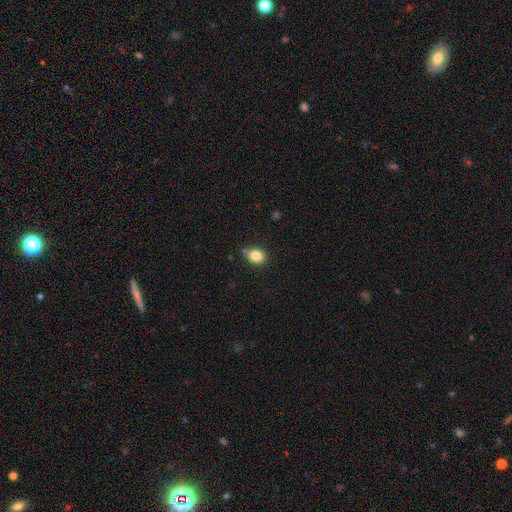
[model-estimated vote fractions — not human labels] Smooth or featured?
  - smooth: 83% *
  - star or artifact: 10%
  - featured or disk: 7%
How rounded?
  - round: 55% *
  - in between: 44%
  - cigar-shaped: 1%
Merging?
  - none: 78% *
  - minor disturbance: 15%
  - merger: 4%
  - major disturbance: 3%